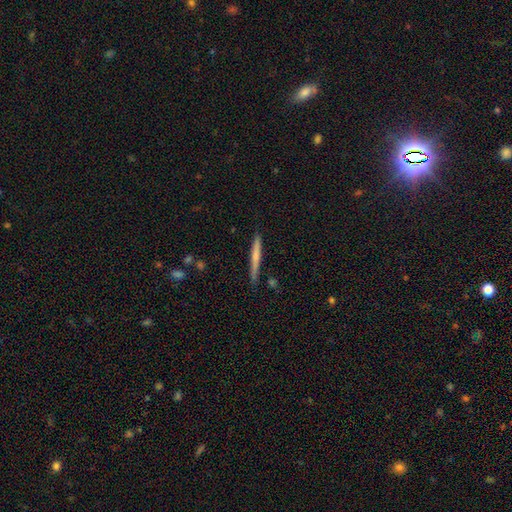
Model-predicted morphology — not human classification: Overall: smooth (58%; featured or disk 36%). How rounded: cigar-shaped (96%). Merging: none (86%).